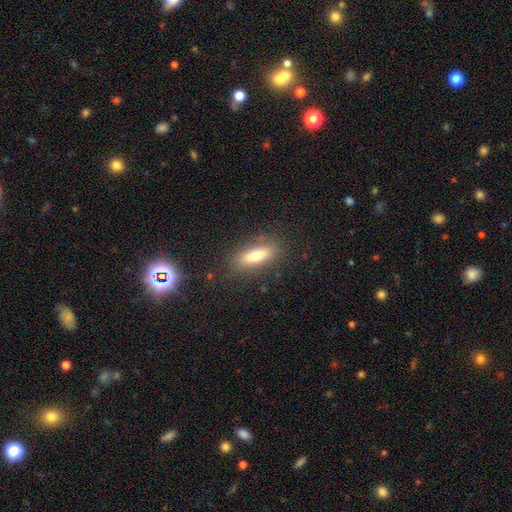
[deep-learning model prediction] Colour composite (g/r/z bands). It shows a smooth galaxy with no disk features (70%) that is in between round and cigar-shaped (61%). Merging: none (84%).